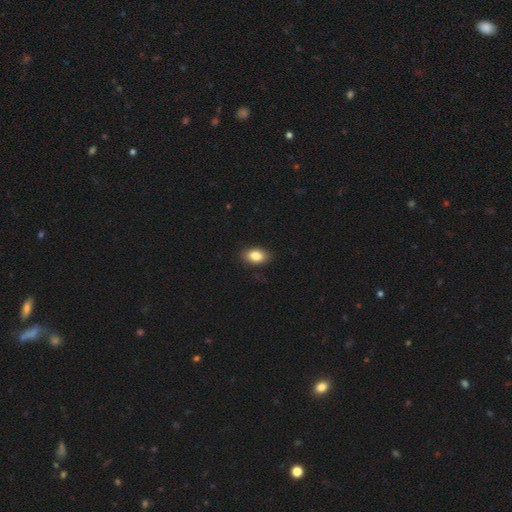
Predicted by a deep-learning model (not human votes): A smooth galaxy with no disk features (85%) that is in between round and cigar-shaped (89%). Merging: none (87%).